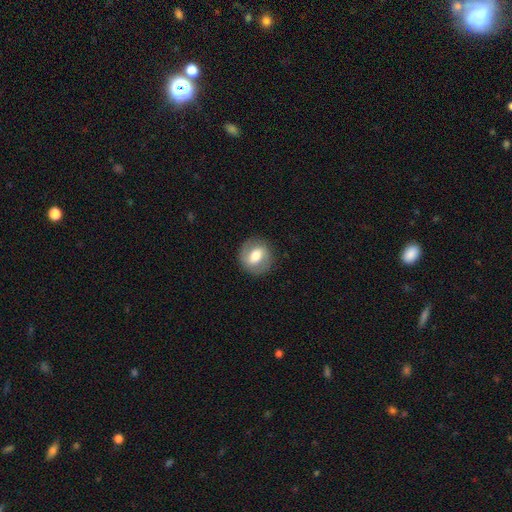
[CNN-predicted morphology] Smooth or featured? smooth (51%)
How rounded? round (77%)
Merging? none (86%)